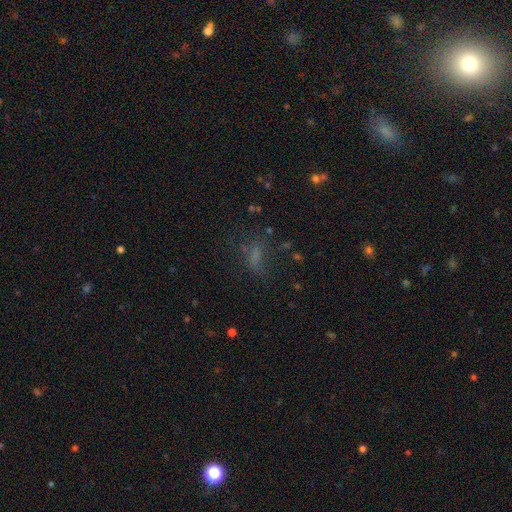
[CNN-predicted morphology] A smooth galaxy with no disk features (54%) that is in between round and cigar-shaped (65%). Merging: none (52%).